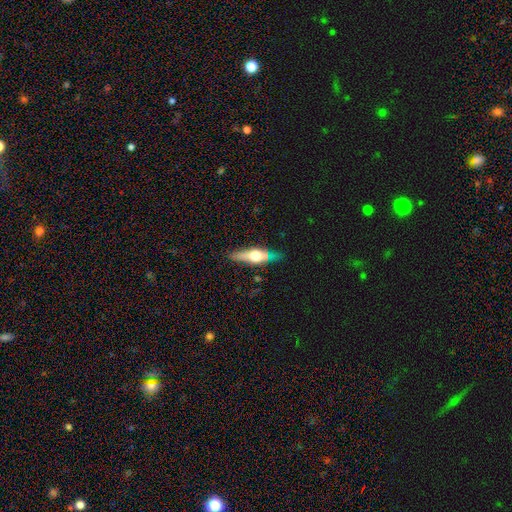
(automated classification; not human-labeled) Smooth or featured?
  - featured or disk: 59% *
  - smooth: 35%
  - star or artifact: 6%
Edge-on disk?
  - yes: 92% *
  - no: 8%
Edge-on bulge?
  - rounded: 93% *
  - boxy: 5%
  - none: 2%
Merging?
  - none: 81% *
  - minor disturbance: 14%
  - major disturbance: 3%
  - merger: 2%